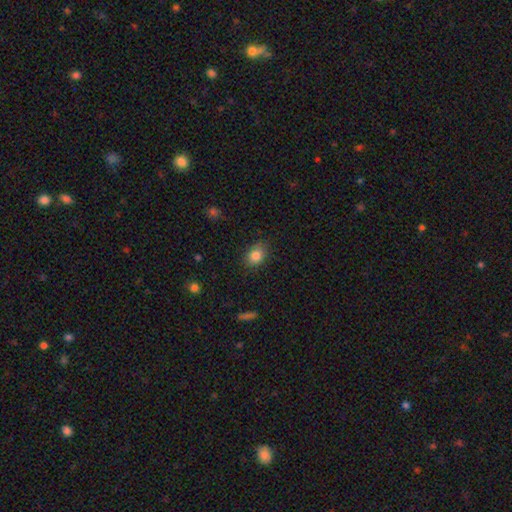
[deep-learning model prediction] Q: Smooth or featured?
A: smooth (83%); runner-up: star or artifact (10%)
Q: How rounded?
A: in between (65%); runner-up: round (33%)
Q: Merging?
A: none (80%); runner-up: minor disturbance (16%)